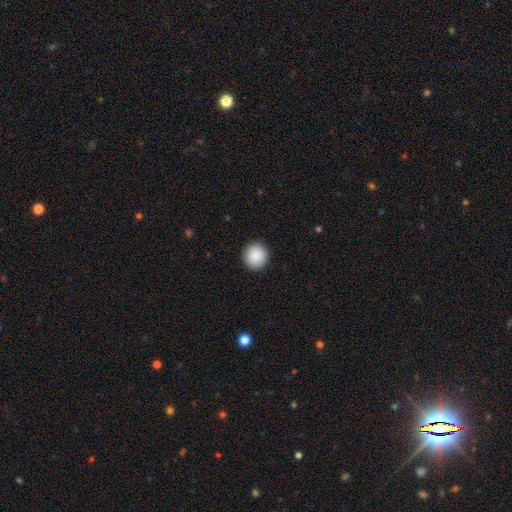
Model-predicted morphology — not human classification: Smooth or featured? Predicted: smooth (p=0.89). How rounded? Predicted: round (p=0.93). Merging? Predicted: none (p=0.92).